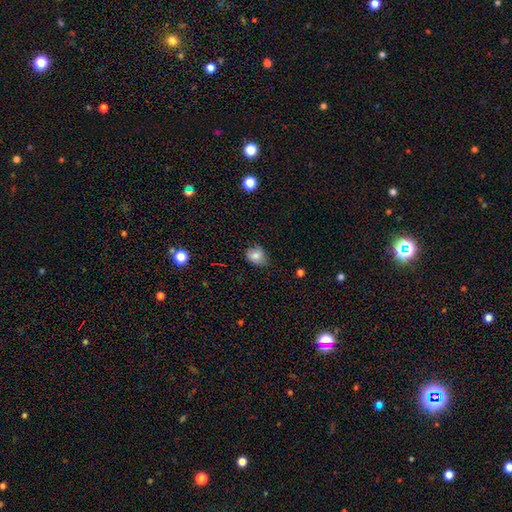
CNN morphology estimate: Smooth or featured? smooth (79%)
How rounded? round (49%, tied with in between)
Merging? none (63%)